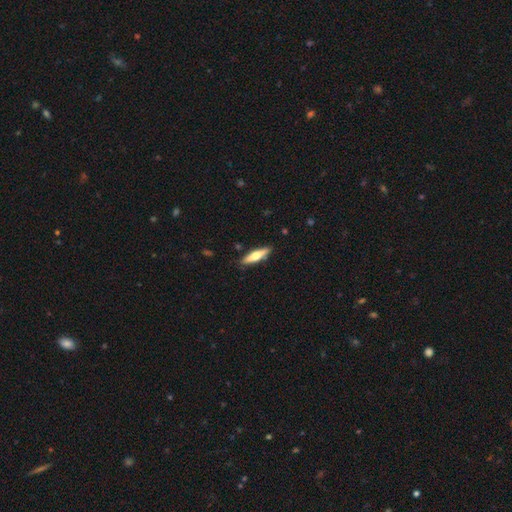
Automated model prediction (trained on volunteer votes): smooth 51%, featured or disk 43%, star or artifact 5%. Down the decision tree: how rounded — cigar-shaped (72%); merging — none (88%).